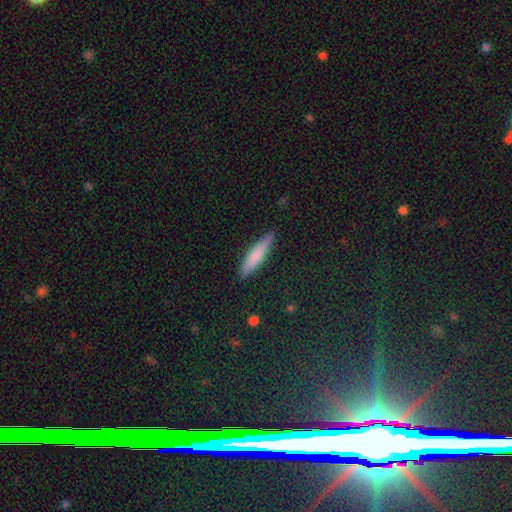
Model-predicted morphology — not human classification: A smooth galaxy with no disk features (70%) that is cigar-shaped (86%). Merging: none (86%).